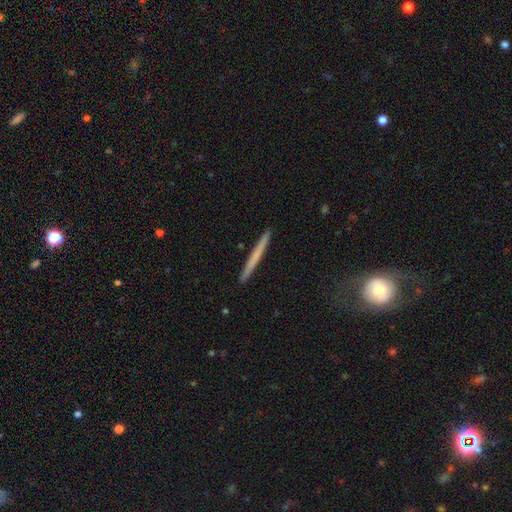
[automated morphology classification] smooth-or-featured: smooth: 55% | featured or disk: 40% | star or artifact: 5%
  how-rounded: cigar-shaped: 97% | in between: 2% | round: 1%
  merging: none: 91% | minor disturbance: 6% | major disturbance: 1% | merger: 1%